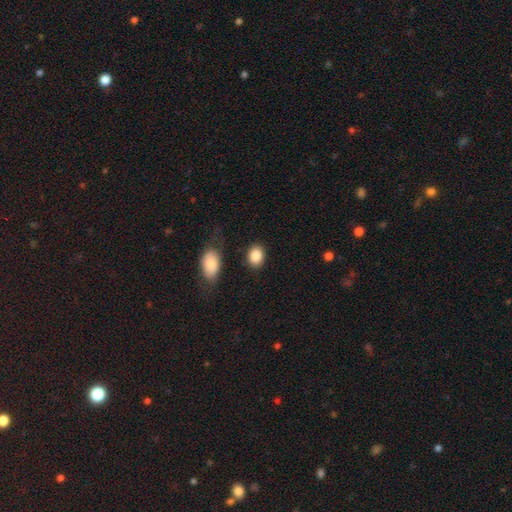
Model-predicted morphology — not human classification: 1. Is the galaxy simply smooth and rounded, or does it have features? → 87% smooth, 8% star or artifact, 5% featured or disk.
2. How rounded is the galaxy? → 63% in between, 35% round, 1% cigar-shaped.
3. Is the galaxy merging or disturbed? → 81% none, 11% minor disturbance, 5% merger, 4% major disturbance.